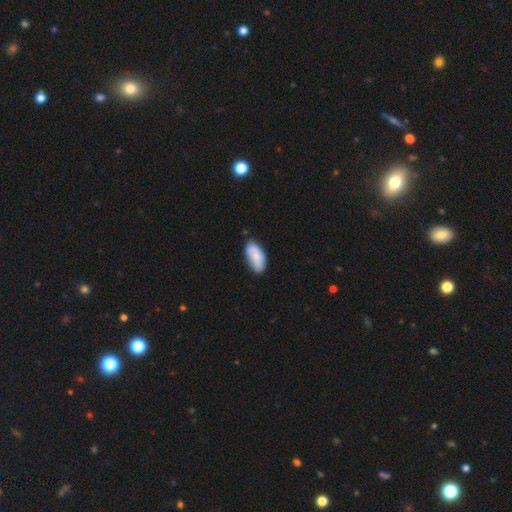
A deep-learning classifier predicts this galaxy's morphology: Q: Smooth or featured?
A: smooth (72%); runner-up: featured or disk (21%)
Q: How rounded?
A: in between (92%); runner-up: cigar-shaped (6%)
Q: Merging?
A: none (69%); runner-up: minor disturbance (23%)